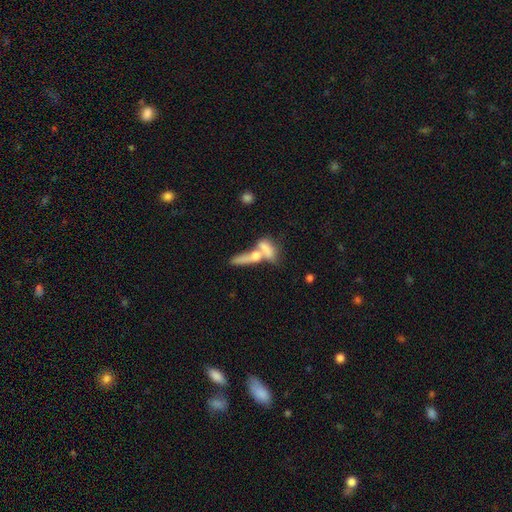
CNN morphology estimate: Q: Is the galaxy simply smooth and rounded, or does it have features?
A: smooth — 58%.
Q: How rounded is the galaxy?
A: cigar-shaped — 49%.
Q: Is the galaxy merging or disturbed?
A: merger — 62%.